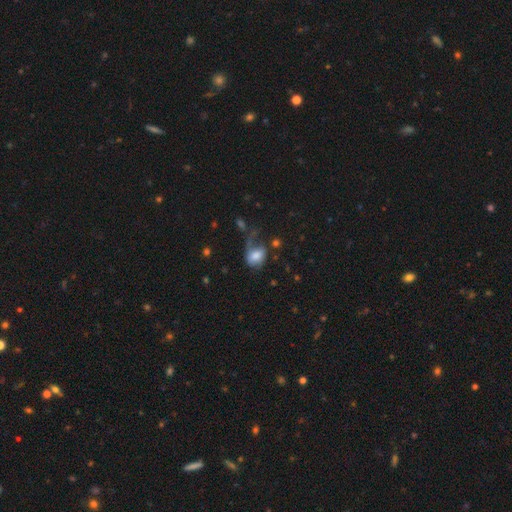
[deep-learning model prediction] smooth_or_featured: smooth (p=0.67) [alt: featured or disk p=0.24]
how_rounded: in between (p=0.66) [alt: round p=0.32]
merging: major disturbance (p=0.42) [alt: none p=0.28]